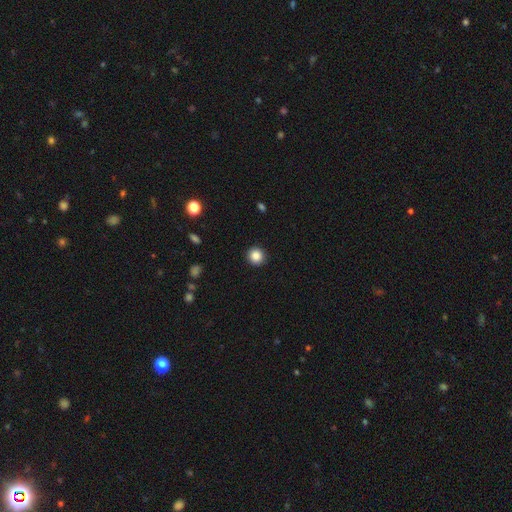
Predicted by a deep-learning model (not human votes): A smooth galaxy with no disk features (86%) that is round (93%).

Vote fractions:
- Smooth or featured? smooth: 86% / star or artifact: 10% / featured or disk: 4%
- How rounded? round: 93% / in between: 6% / cigar-shaped: 1%
- Merging? none: 92% / minor disturbance: 5% / major disturbance: 2% / merger: 1%